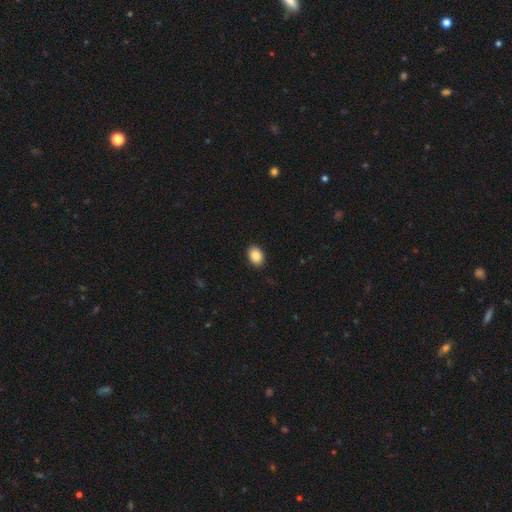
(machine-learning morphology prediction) Q: Smooth or featured?
A: smooth (89%); runner-up: star or artifact (8%)
Q: How rounded?
A: in between (75%); runner-up: round (24%)
Q: Merging?
A: none (90%); runner-up: minor disturbance (7%)